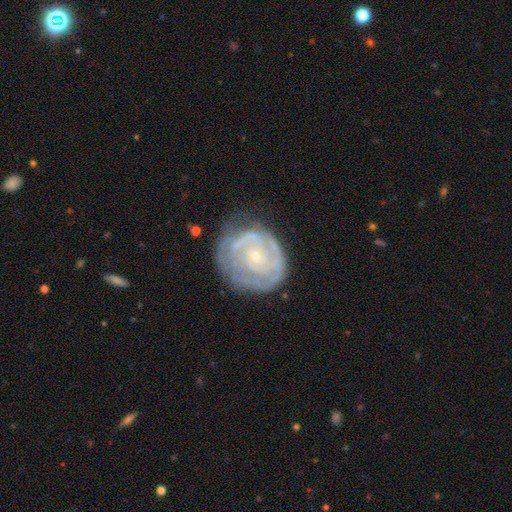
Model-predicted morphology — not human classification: This is likely a featured or disk galaxy (76%). It is clearly not viewed edge-on (98%). Bar: likely no (80%). Spiral arm pattern: likely yes (79%). Spiral arm count: possibly can't tell (47%). Spiral winding: likely tight (74%). Central bulge: clearly small (82%). Merging: likely none (61%).